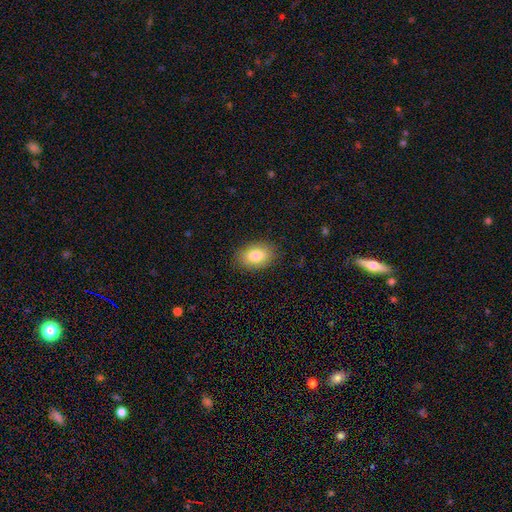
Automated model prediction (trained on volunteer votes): The model was most divided on "how rounded": in between: 83%, round: 16%, cigar-shaped: 1%. More confident: merging — none (87%); smooth or featured — smooth (81%).